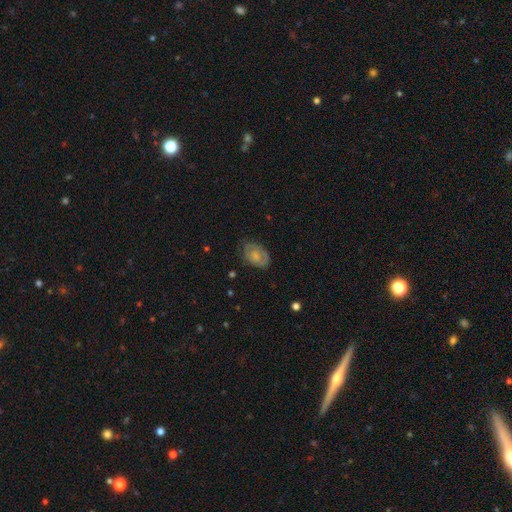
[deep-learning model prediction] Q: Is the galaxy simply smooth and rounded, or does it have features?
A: featured or disk — 48%.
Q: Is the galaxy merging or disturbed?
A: none — 68%.